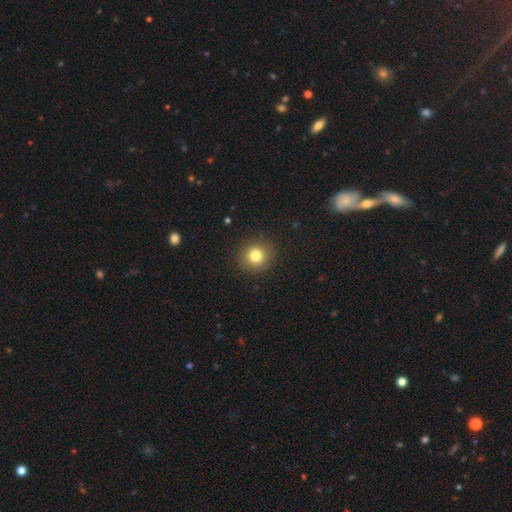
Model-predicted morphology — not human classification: Smooth or featured: smooth — 80% (star or artifact — 12%)
How rounded: round — 92% (in between — 8%)
Merging: none — 90% (minor disturbance — 6%)